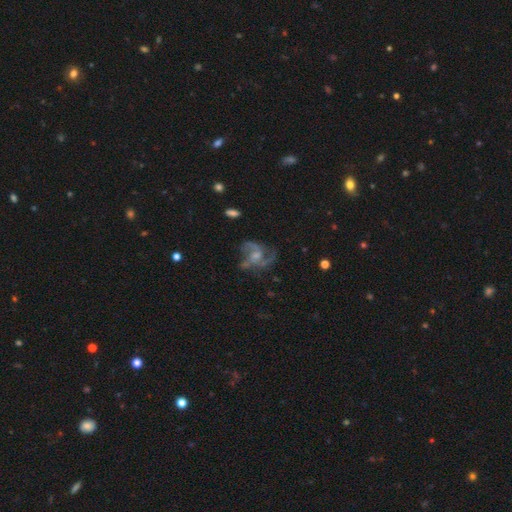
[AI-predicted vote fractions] Smooth or featured: featured or disk — 78% (smooth — 13%)
Edge-on disk: no — 98% (yes — 2%)
Bar: no — 60% (weak — 33%)
Spiral arms: yes — 86% (no — 14%)
Spiral winding: medium — 46% (loose — 42%)
Spiral arm count: 2 — 43% (3 — 29%)
Bulge size: small — 44% (moderate — 37%)
Merging: none — 50% (major disturbance — 26%)